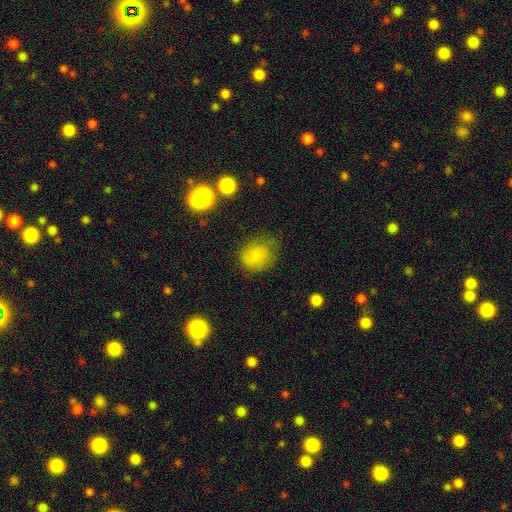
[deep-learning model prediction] Morphology: type=smooth (79%); roundness=round (61%); merging=none (62%).